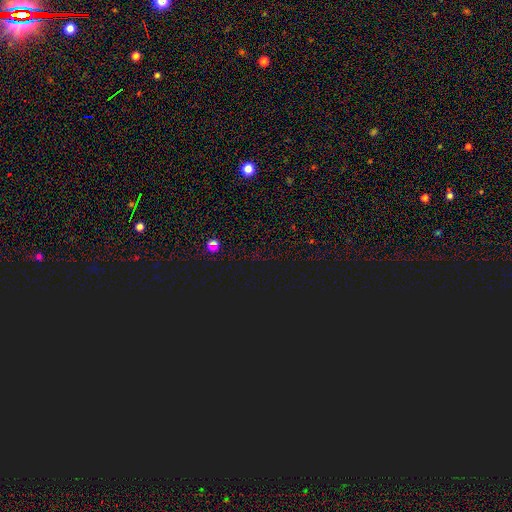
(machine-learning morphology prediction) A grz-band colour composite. It shows a star or artifact, not a galaxy (78%).